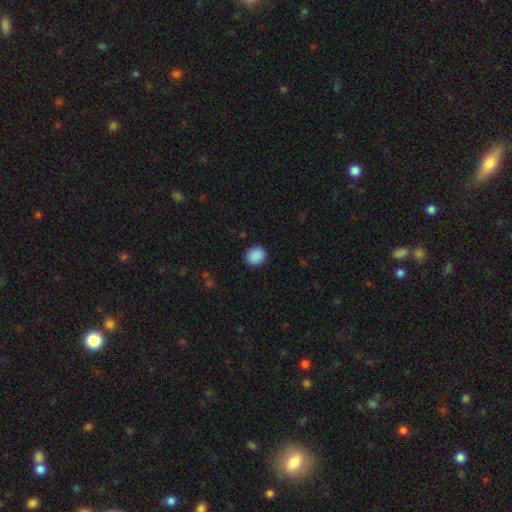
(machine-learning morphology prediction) smooth_or_featured: smooth (p=0.90) [alt: star or artifact p=0.08]
how_rounded: round (p=0.67) [alt: in between p=0.32]
merging: none (p=0.90) [alt: minor disturbance p=0.07]